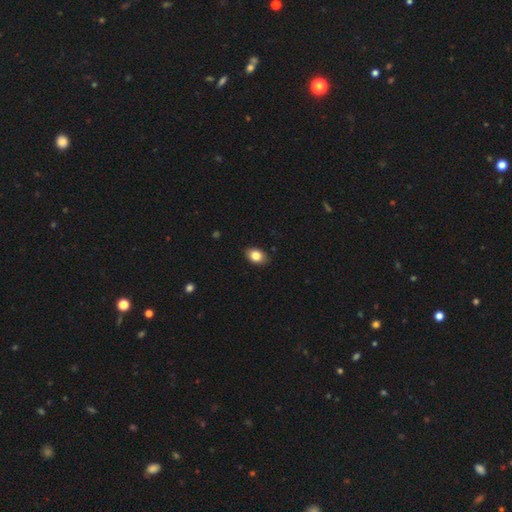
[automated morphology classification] Smooth or featured? smooth (83%)
How rounded? in between (80%)
Merging? none (87%)